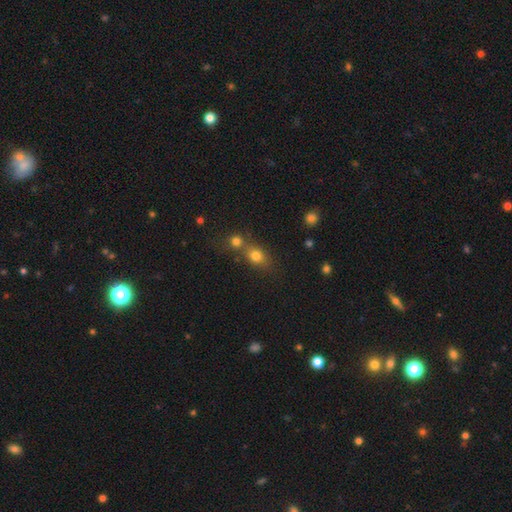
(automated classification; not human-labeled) Smooth or featured? Predicted: smooth (p=0.76). How rounded? Predicted: round (p=0.57). Merging? Predicted: none (p=0.46).